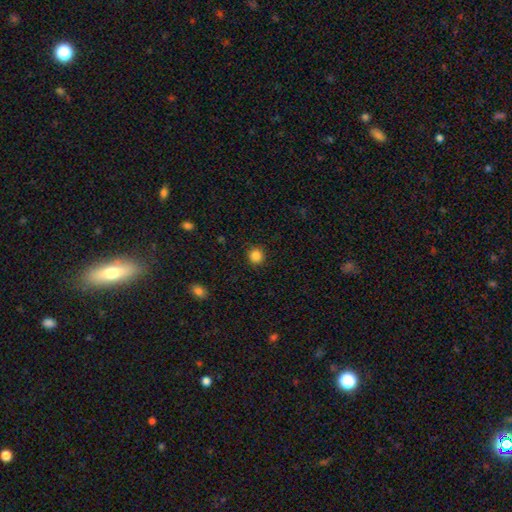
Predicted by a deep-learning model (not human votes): Smooth or featured?
  - smooth: 86% *
  - star or artifact: 11%
  - featured or disk: 3%
How rounded?
  - round: 93% *
  - in between: 6%
  - cigar-shaped: 1%
Merging?
  - none: 91% *
  - minor disturbance: 6%
  - major disturbance: 2%
  - merger: 1%